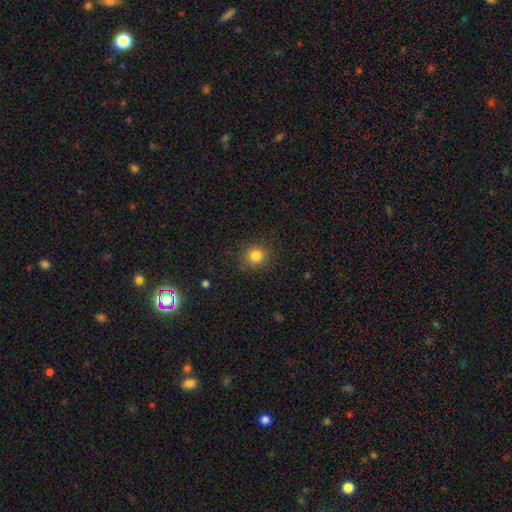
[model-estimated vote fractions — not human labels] Overall: smooth (82%). How rounded: round (88%). Merging: none (86%).